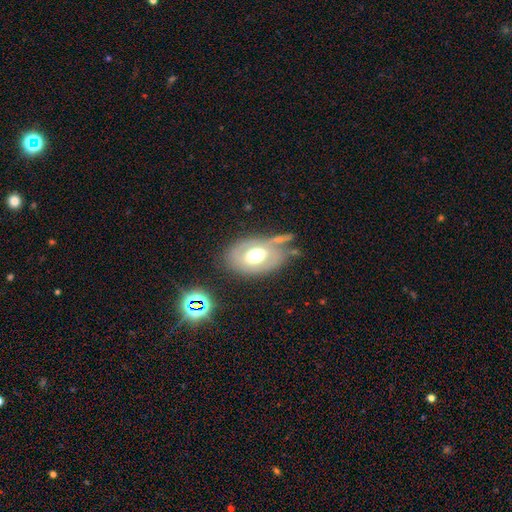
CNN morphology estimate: This is possibly a featured or disk galaxy (52%). It is clearly not viewed edge-on (92%). Merging: possibly none (50%).